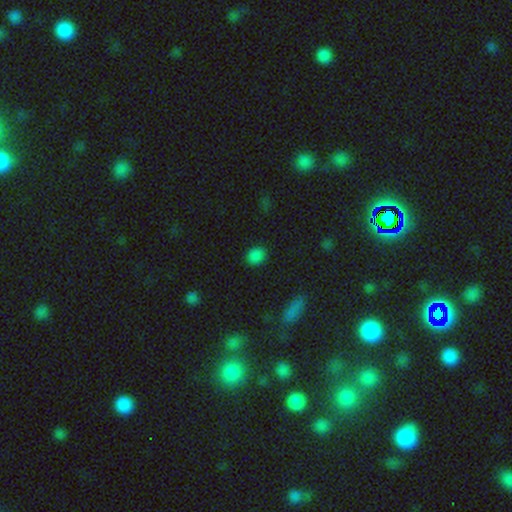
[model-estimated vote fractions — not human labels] The model was most divided on "how rounded": round: 71%, in between: 28%, cigar-shaped: 1%. More confident: merging — none (88%); smooth or featured — smooth (82%).